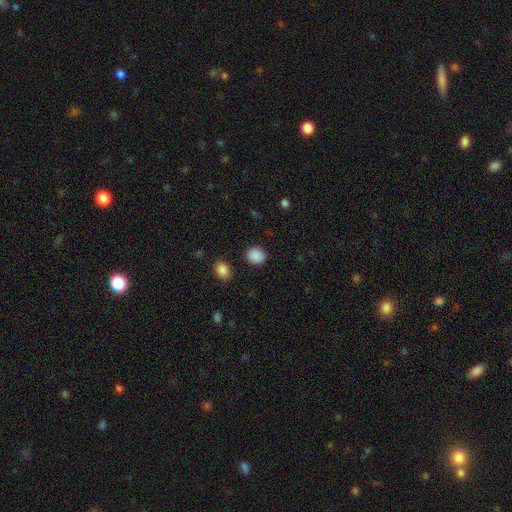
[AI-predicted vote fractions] smooth_or_featured: smooth (p=0.89) [alt: star or artifact p=0.09]
how_rounded: round (p=0.63) [alt: in between p=0.36]
merging: none (p=0.88) [alt: minor disturbance p=0.07]